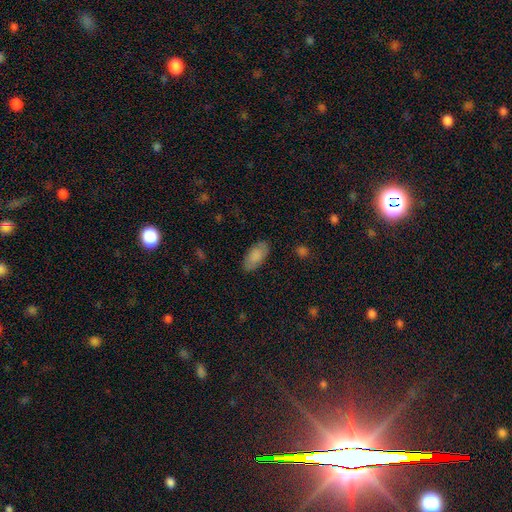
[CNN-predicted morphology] A smooth galaxy with no disk features (84%) that is in between round and cigar-shaped (93%).

Vote fractions:
- Smooth or featured? smooth: 84% / featured or disk: 10% / star or artifact: 6%
- How rounded? in between: 93% / cigar-shaped: 5% / round: 2%
- Merging? none: 84% / minor disturbance: 12% / major disturbance: 3% / merger: 1%